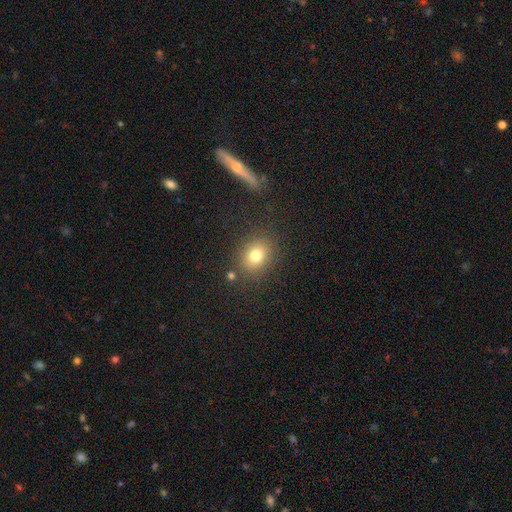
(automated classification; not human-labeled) A smooth galaxy with no disk features (77%) that is round (59%).

Vote fractions:
- Smooth or featured? smooth: 77% / star or artifact: 14% / featured or disk: 9%
- How rounded? round: 59% / in between: 40% / cigar-shaped: 1%
- Merging? none: 82% / minor disturbance: 10% / major disturbance: 4% / merger: 4%